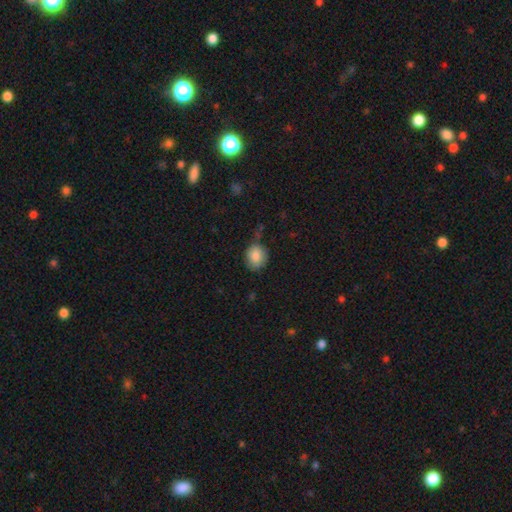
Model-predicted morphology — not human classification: type=smooth (86%); roundness=round (60%); merging=none (67%).